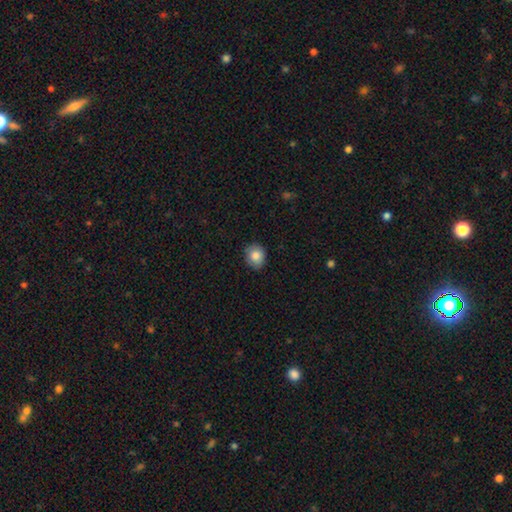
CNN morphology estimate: Smooth or featured?
  - smooth: 82% *
  - featured or disk: 9%
  - star or artifact: 8%
How rounded?
  - round: 68% *
  - in between: 31%
  - cigar-shaped: 1%
Merging?
  - none: 83% *
  - minor disturbance: 14%
  - major disturbance: 2%
  - merger: 1%